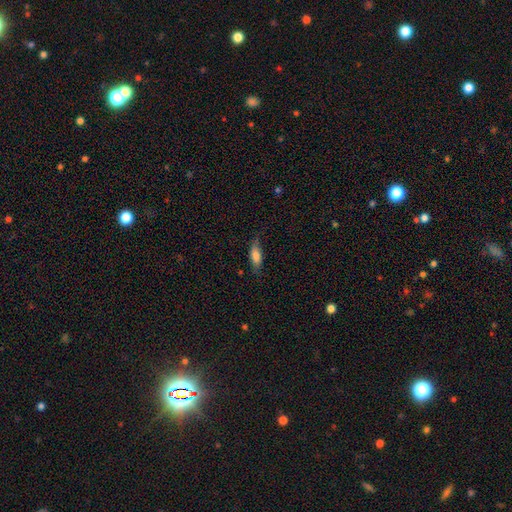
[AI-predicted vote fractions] Smooth or featured?
  - smooth: 73% *
  - featured or disk: 20%
  - star or artifact: 7%
How rounded?
  - in between: 67% *
  - cigar-shaped: 31%
  - round: 3%
Merging?
  - none: 66% *
  - minor disturbance: 25%
  - major disturbance: 7%
  - merger: 1%